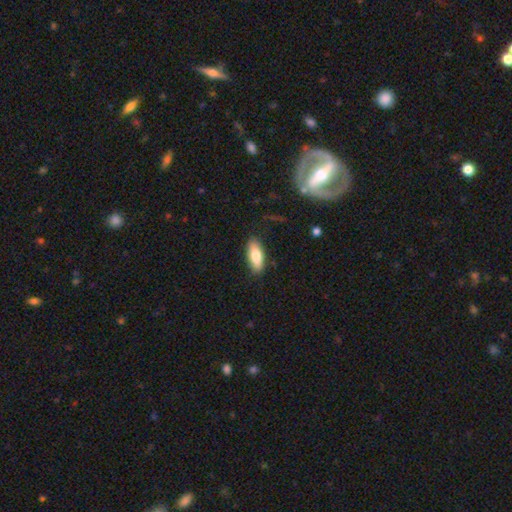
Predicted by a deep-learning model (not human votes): This appears to be a smooth galaxy with no disk features (78%) that is in between round and cigar-shaped (75%). Merging: none (87%).